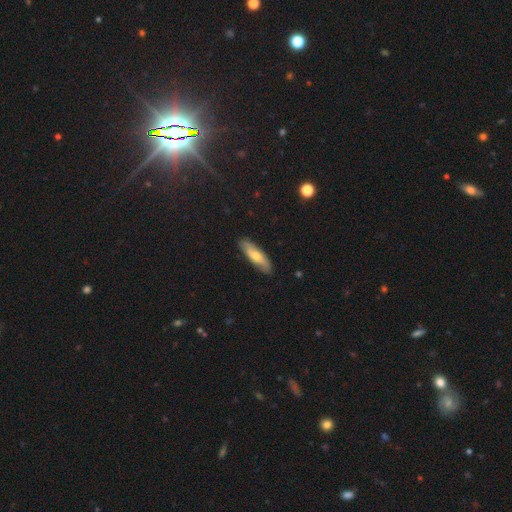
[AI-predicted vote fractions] Smooth or featured? Predicted: smooth (p=0.59). How rounded? Predicted: cigar-shaped (p=0.56). Merging? Predicted: none (p=0.86).